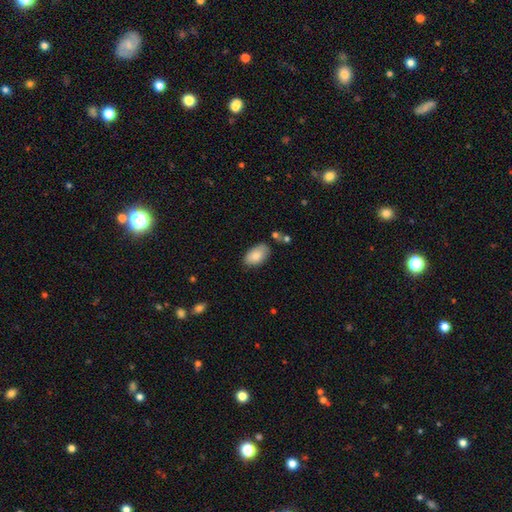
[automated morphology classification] smooth 84%, featured or disk 9%, star or artifact 7%. Down the decision tree: how rounded — in between (94%); merging — none (72%).